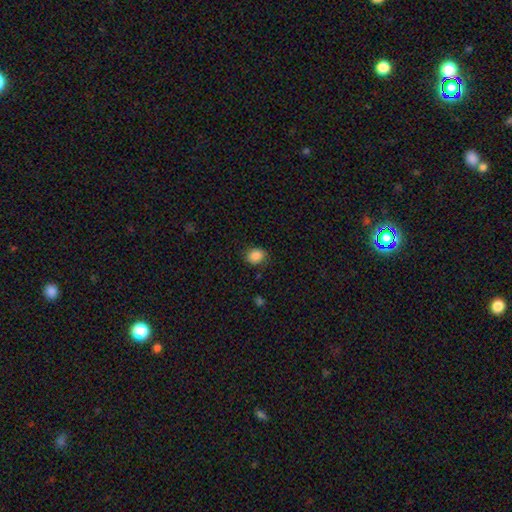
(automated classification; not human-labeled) smooth-or-featured: smooth: 87% | star or artifact: 9% | featured or disk: 4%
  how-rounded: round: 63% | in between: 36% | cigar-shaped: 1%
  merging: none: 82% | minor disturbance: 13% | major disturbance: 3% | merger: 1%